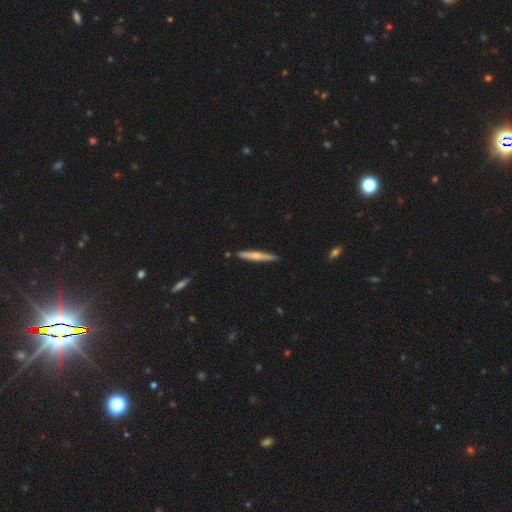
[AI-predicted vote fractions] This is possibly a smooth galaxy (51%). How rounded: clearly cigar-shaped (95%). Merging: clearly none (89%).